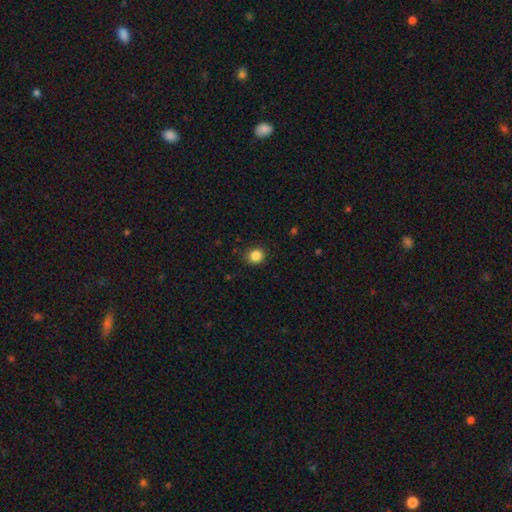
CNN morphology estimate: type=smooth (85%); roundness=round (87%); merging=none (89%).